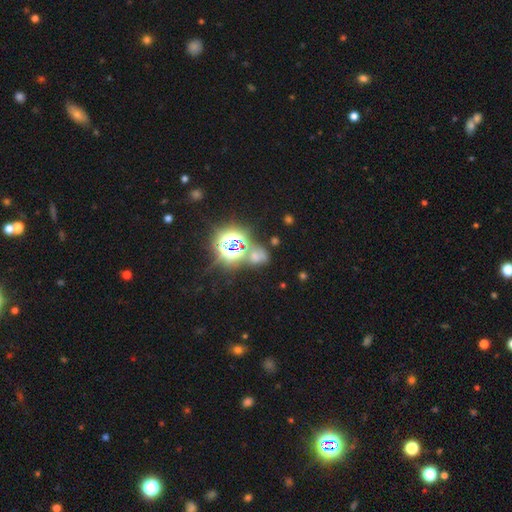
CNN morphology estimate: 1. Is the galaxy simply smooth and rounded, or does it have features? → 59% star or artifact, 30% smooth, 11% featured or disk.